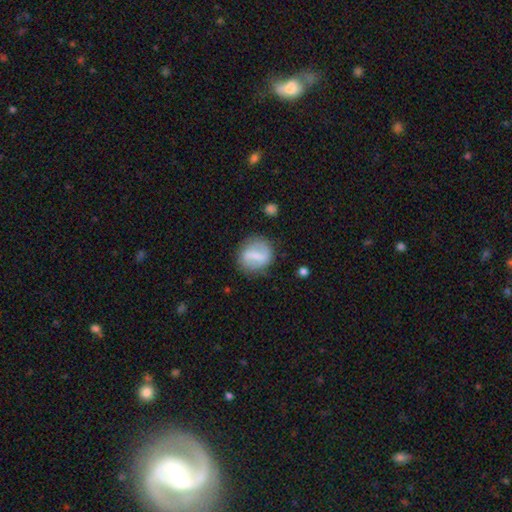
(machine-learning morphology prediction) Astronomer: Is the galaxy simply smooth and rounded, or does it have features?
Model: featured or disk — 47% (runner-up: smooth, 46%).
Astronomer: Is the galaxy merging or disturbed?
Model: none — 77%.